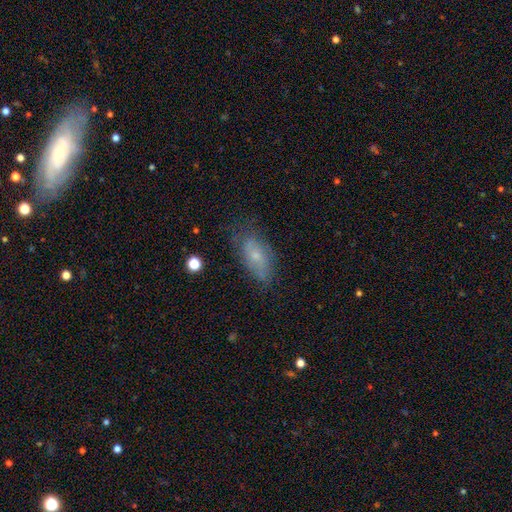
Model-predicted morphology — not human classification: Smooth or featured?
  - smooth: 53% *
  - featured or disk: 37%
  - star or artifact: 9%
How rounded?
  - in between: 85% *
  - cigar-shaped: 11%
  - round: 4%
Merging?
  - none: 65% *
  - minor disturbance: 25%
  - major disturbance: 9%
  - merger: 2%